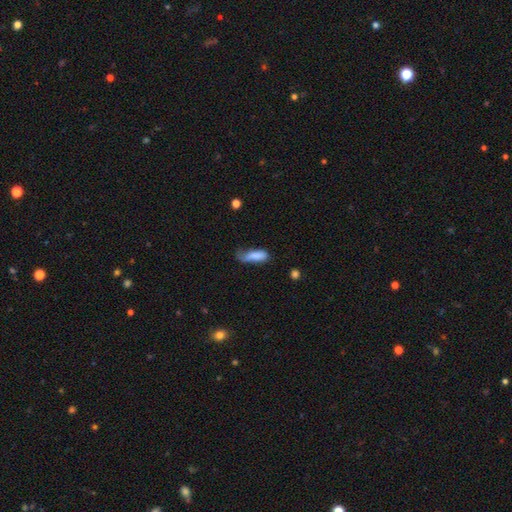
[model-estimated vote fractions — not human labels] A smooth galaxy with no disk features (78%) that is in between round and cigar-shaped (68%). Merging: minor disturbance (35%).